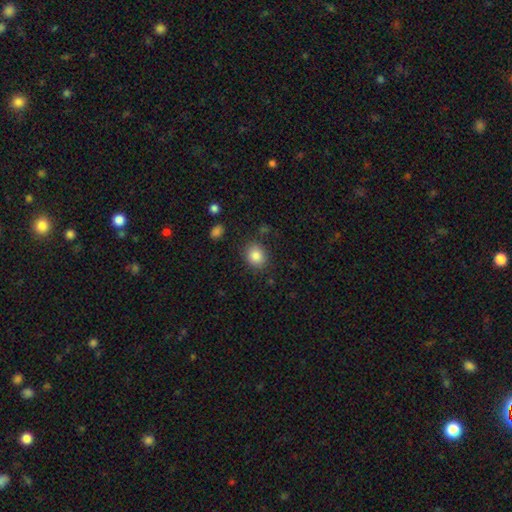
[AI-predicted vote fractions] This appears to be a smooth galaxy with no disk features (85%) that is round (62%). Merging: none (83%).